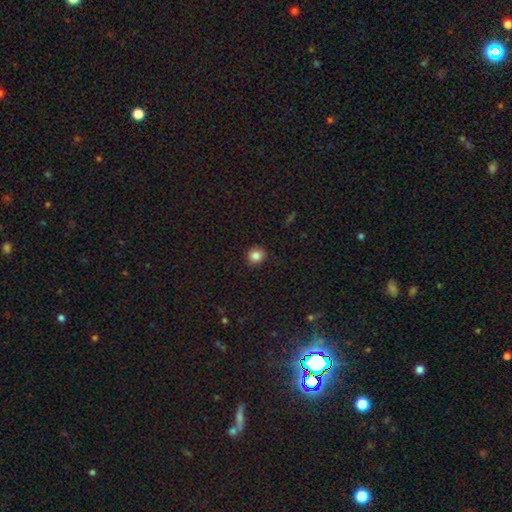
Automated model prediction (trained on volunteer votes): Overall: smooth (85%). How rounded: round (86%). Merging: none (91%).